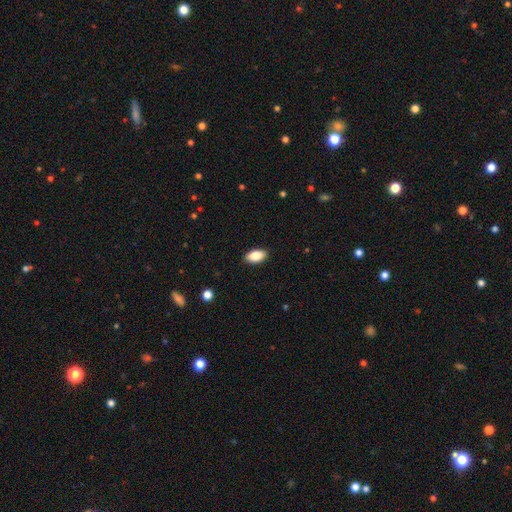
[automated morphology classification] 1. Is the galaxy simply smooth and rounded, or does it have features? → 88% smooth, 7% star or artifact, 6% featured or disk.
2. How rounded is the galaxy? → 93% in between, 3% cigar-shaped, 3% round.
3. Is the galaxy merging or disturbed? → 90% none, 8% minor disturbance, 2% major disturbance, 1% merger.